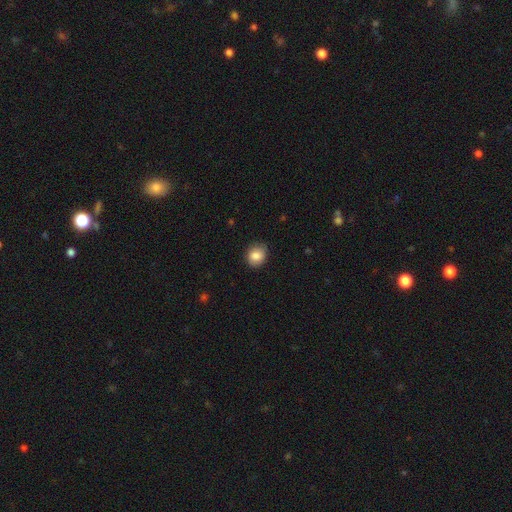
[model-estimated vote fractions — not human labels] Smooth or featured? smooth (85%)
How rounded? round (68%)
Merging? none (82%)